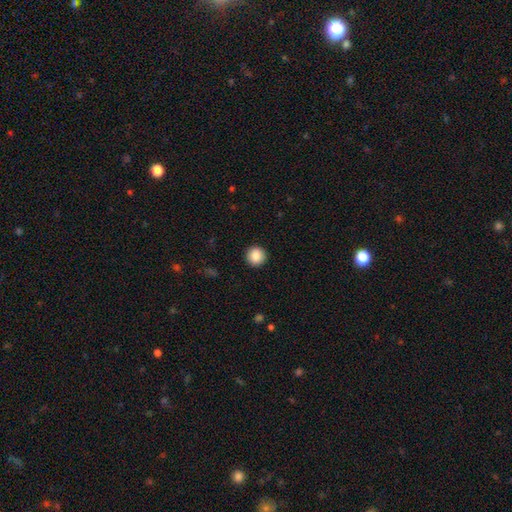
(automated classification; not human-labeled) Smooth or featured?
  - smooth: 86% *
  - star or artifact: 8%
  - featured or disk: 6%
How rounded?
  - round: 94% *
  - in between: 6%
  - cigar-shaped: 1%
Merging?
  - none: 93% *
  - minor disturbance: 5%
  - major disturbance: 2%
  - merger: 1%